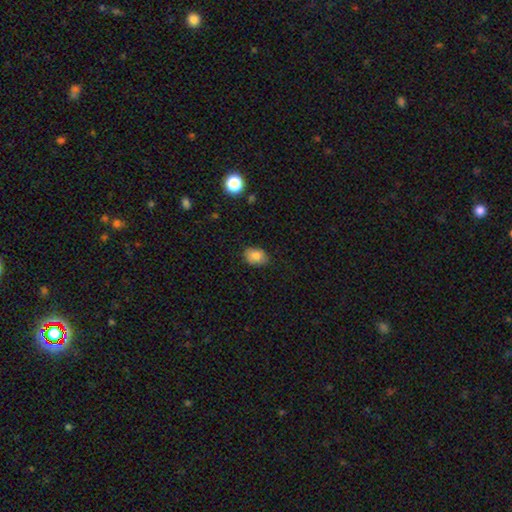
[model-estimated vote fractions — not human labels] The model was most divided on "how rounded": in between: 72%, round: 27%, cigar-shaped: 1%. More confident: smooth or featured — smooth (83%); merging — none (81%).